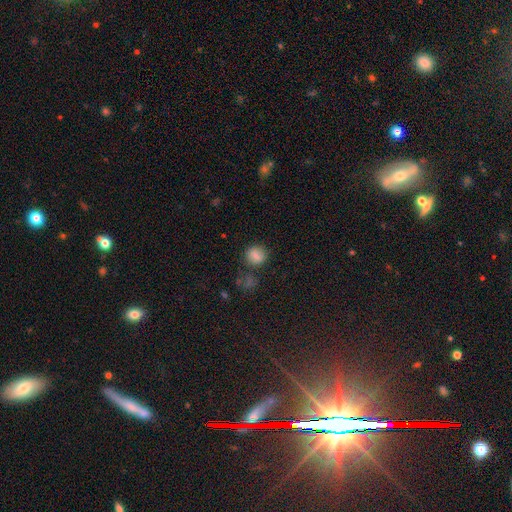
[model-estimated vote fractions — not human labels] Morphology: type=smooth (79%); roundness=round (70%); merging=none (71%).